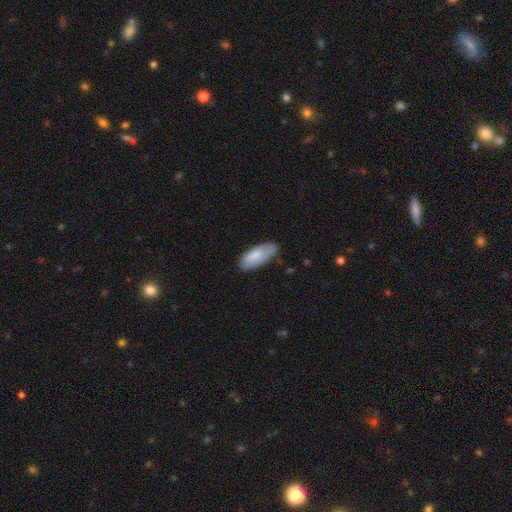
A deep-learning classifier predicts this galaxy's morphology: A smooth galaxy with no disk features (80%) that is in between round and cigar-shaped (82%).

Vote fractions:
- Smooth or featured? smooth: 80% / featured or disk: 14% / star or artifact: 6%
- How rounded? in between: 82% / cigar-shaped: 16% / round: 2%
- Merging? none: 68% / minor disturbance: 25% / major disturbance: 5% / merger: 2%